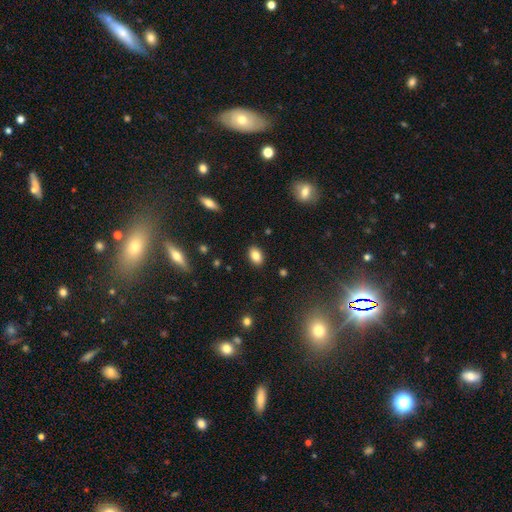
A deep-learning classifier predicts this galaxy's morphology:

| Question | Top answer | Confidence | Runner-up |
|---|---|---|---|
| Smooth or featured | smooth | 83% | star or artifact (9%) |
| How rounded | in between | 83% | round (15%) |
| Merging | none | 88% | minor disturbance (9%) |